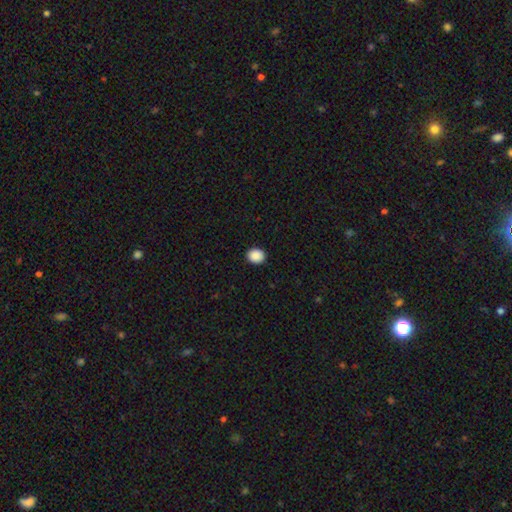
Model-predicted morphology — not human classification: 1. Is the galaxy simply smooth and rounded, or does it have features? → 89% smooth, 8% star or artifact, 2% featured or disk.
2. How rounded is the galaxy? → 66% round, 33% in between, 1% cigar-shaped.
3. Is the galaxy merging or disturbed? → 92% none, 5% minor disturbance, 2% major disturbance, 1% merger.